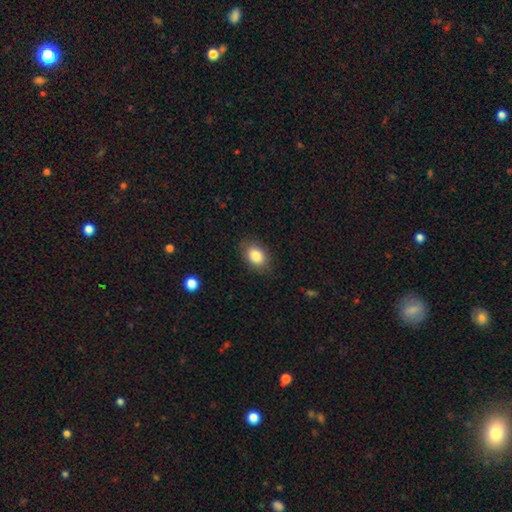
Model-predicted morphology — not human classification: Smooth or featured? smooth (84%)
How rounded? in between (76%)
Merging? none (84%)